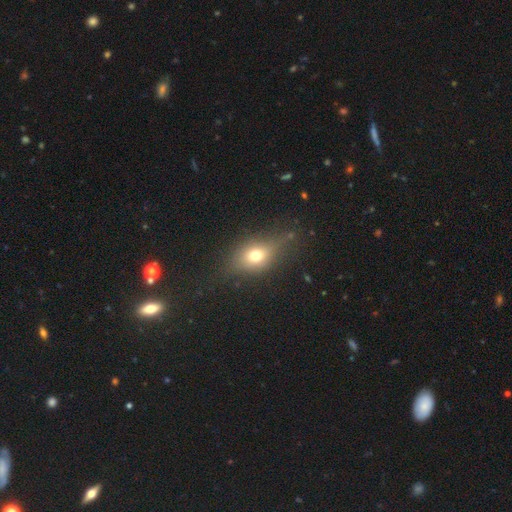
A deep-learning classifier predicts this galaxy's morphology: type=smooth (66%); roundness=in between (66%); merging=none (68%).